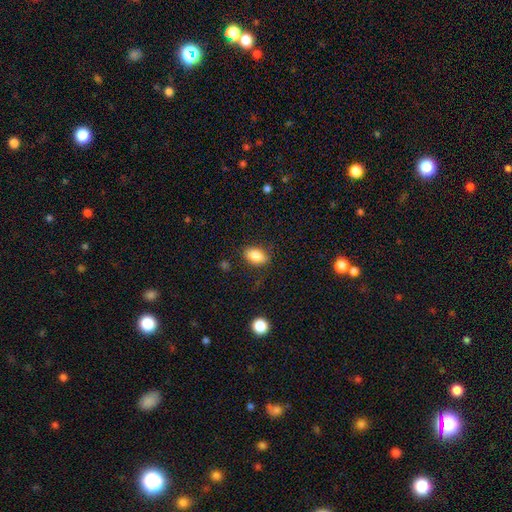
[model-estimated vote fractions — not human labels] smooth-or-featured: smooth: 85% | star or artifact: 8% | featured or disk: 7%
  how-rounded: in between: 86% | round: 12% | cigar-shaped: 2%
  merging: none: 80% | minor disturbance: 14% | major disturbance: 4% | merger: 2%